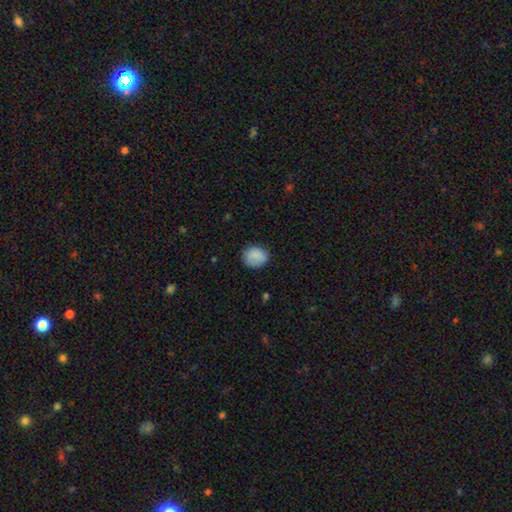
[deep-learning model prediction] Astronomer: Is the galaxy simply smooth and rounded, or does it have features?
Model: smooth — 86%.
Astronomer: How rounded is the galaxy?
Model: round — 71%.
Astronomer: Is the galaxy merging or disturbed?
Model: none — 79%.